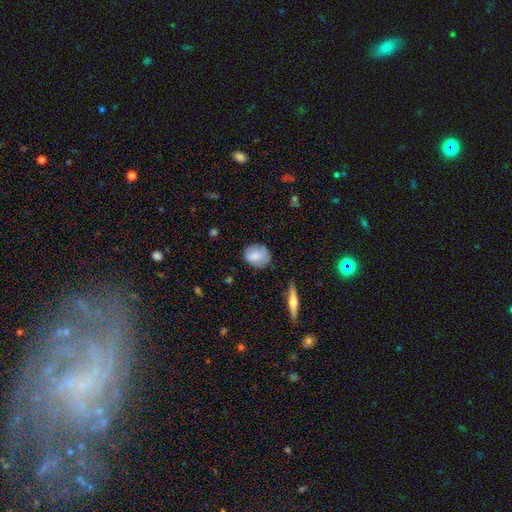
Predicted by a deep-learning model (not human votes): Smooth or featured: smooth — 76% (featured or disk — 17%)
How rounded: round — 59% (in between — 40%)
Merging: none — 68% (minor disturbance — 24%)